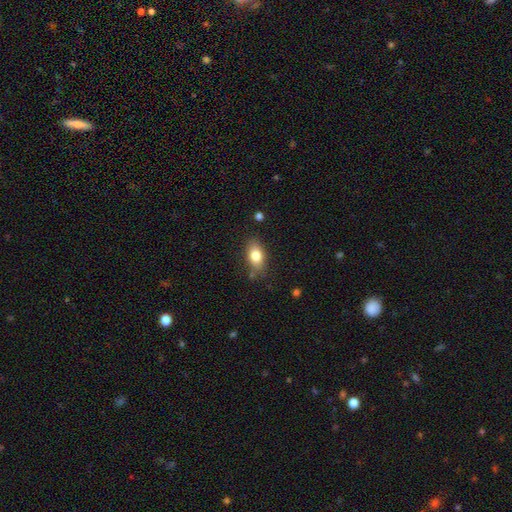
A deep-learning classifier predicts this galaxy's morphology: type=smooth (80%); roundness=in between (85%); merging=none (79%).